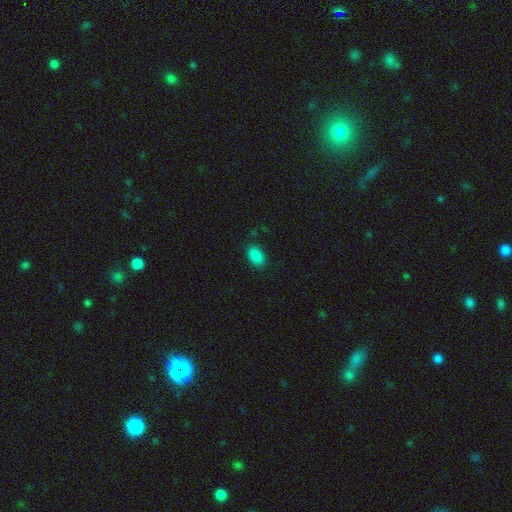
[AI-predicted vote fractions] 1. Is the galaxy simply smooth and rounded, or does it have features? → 88% smooth, 9% star or artifact, 3% featured or disk.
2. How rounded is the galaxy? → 91% in between, 7% round, 2% cigar-shaped.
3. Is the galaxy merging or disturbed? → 86% none, 10% minor disturbance, 3% major disturbance, 1% merger.